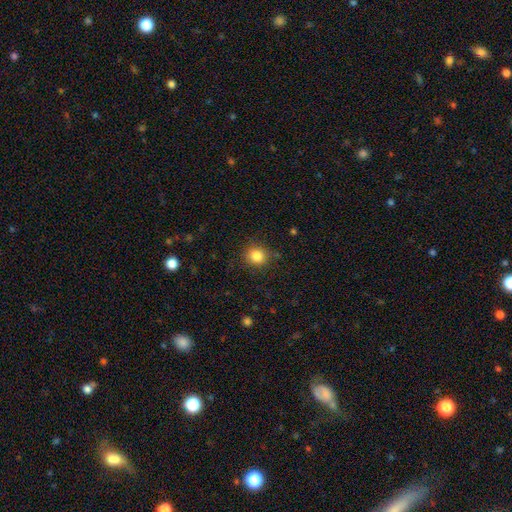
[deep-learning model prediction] Q: Smooth or featured?
A: smooth (84%); runner-up: star or artifact (11%)
Q: How rounded?
A: round (85%); runner-up: in between (14%)
Q: Merging?
A: none (84%); runner-up: minor disturbance (12%)